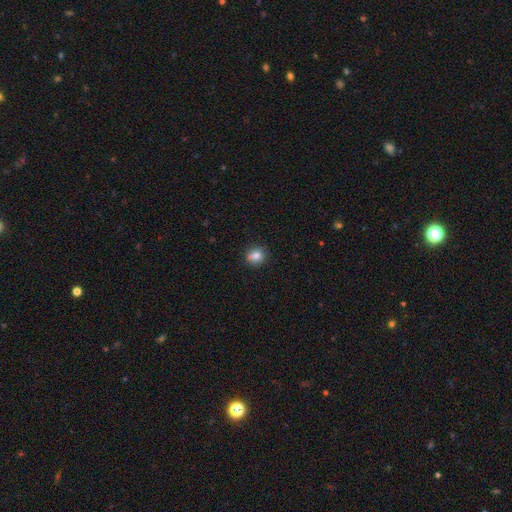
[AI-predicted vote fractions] Smooth or featured? Predicted: smooth (p=0.81). How rounded? Predicted: round (p=0.79). Merging? Predicted: none (p=0.77).